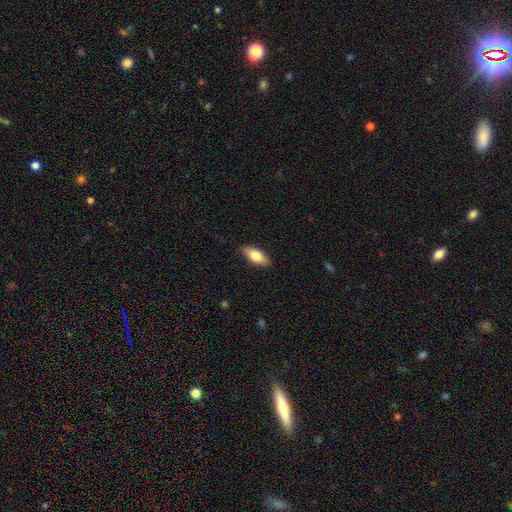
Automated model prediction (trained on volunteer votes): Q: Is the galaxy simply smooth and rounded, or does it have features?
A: smooth — 73%.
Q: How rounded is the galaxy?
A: in between — 80%.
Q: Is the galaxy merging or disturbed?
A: none — 87%.